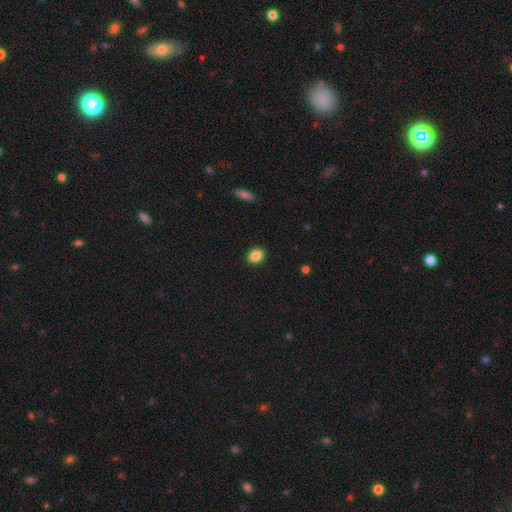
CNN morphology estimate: smooth-or-featured: smooth: 87% | star or artifact: 9% | featured or disk: 4%
  how-rounded: in between: 62% | round: 37% | cigar-shaped: 1%
  merging: none: 90% | minor disturbance: 7% | major disturbance: 2% | merger: 1%